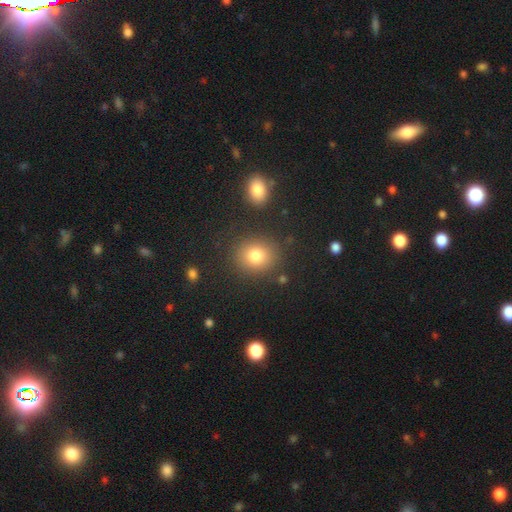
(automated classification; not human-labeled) The model was most divided on "how rounded": round: 68%, in between: 31%, cigar-shaped: 1%. More confident: merging — none (84%); smooth or featured — smooth (80%).